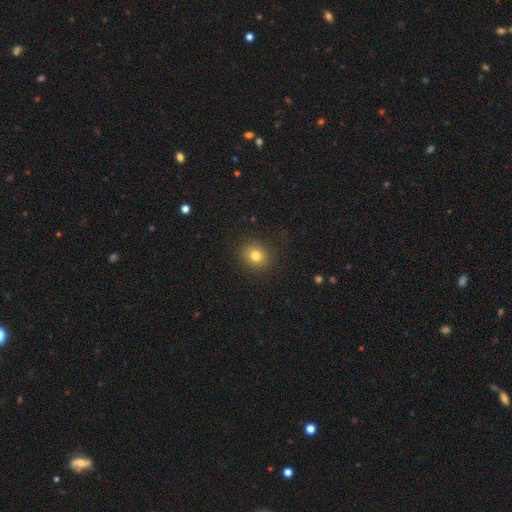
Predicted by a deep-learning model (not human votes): Morphology: type=smooth (79%); roundness=round (81%); merging=none (90%).